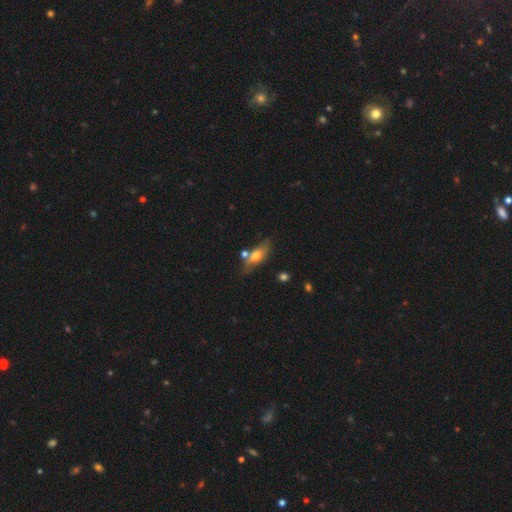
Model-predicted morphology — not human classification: Smooth or featured?
  - smooth: 54% *
  - featured or disk: 39%
  - star or artifact: 7%
How rounded?
  - in between: 67% *
  - cigar-shaped: 28%
  - round: 4%
Merging?
  - none: 57% *
  - minor disturbance: 20%
  - merger: 16%
  - major disturbance: 6%